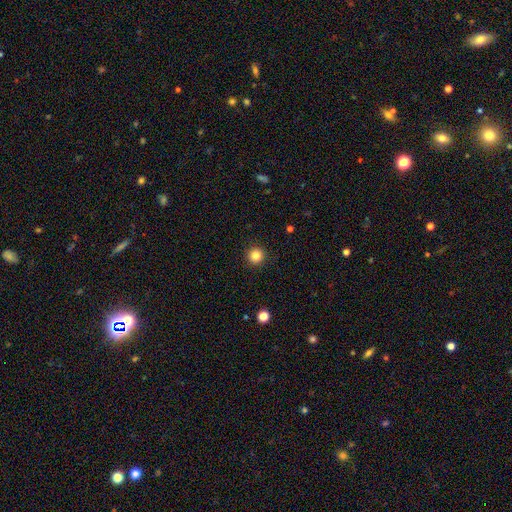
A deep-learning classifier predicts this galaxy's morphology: This appears to be a smooth galaxy with no disk features (84%) that is round (96%). Merging: none (93%).